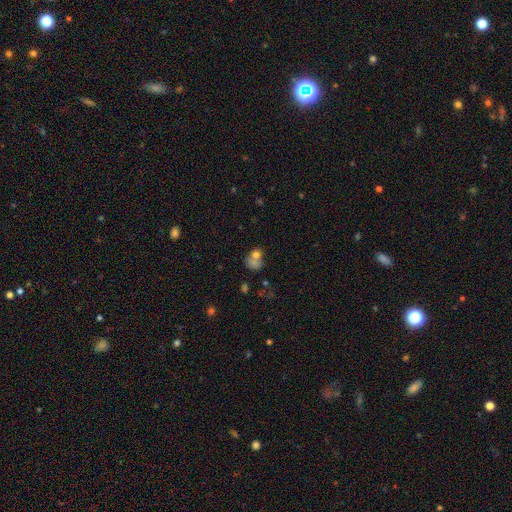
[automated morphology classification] smooth 69%, featured or disk 17%, star or artifact 14%. Down the decision tree: how rounded — round (59%); merging — merger (49%).